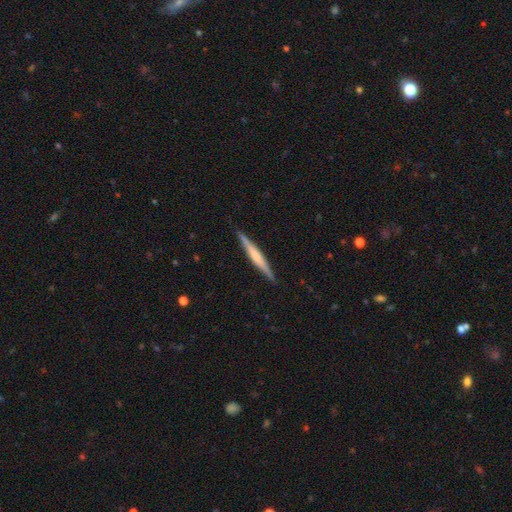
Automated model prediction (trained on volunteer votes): Morphology: type=featured or disk (60%); edge-on=yes (98%); edge-on bulge=rounded (42%); merging=none (90%).